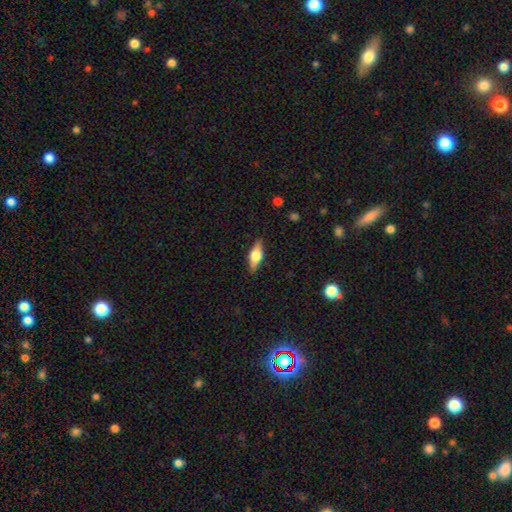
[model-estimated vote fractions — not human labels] Morphology: type=featured or disk (48%); merging=none (87%).